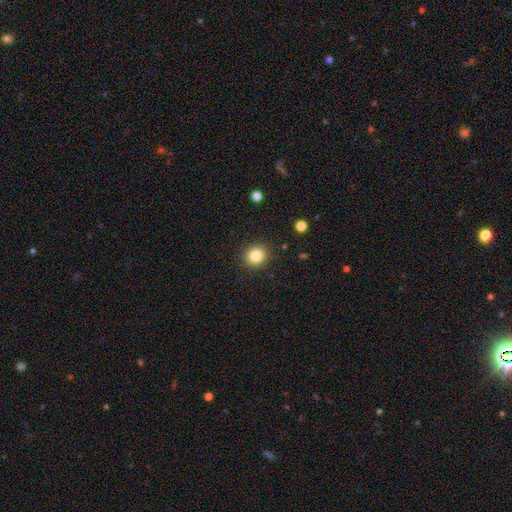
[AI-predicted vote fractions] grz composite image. It shows a smooth galaxy with no disk features (83%) that is round (83%). Merging: none (90%).